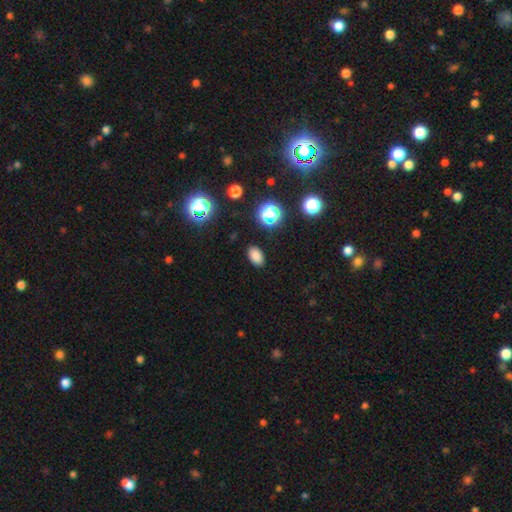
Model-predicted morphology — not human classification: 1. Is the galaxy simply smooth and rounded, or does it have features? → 81% smooth, 14% star or artifact, 4% featured or disk.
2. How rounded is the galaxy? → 86% in between, 12% round, 1% cigar-shaped.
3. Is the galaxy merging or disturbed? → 88% none, 8% minor disturbance, 3% major disturbance, 1% merger.